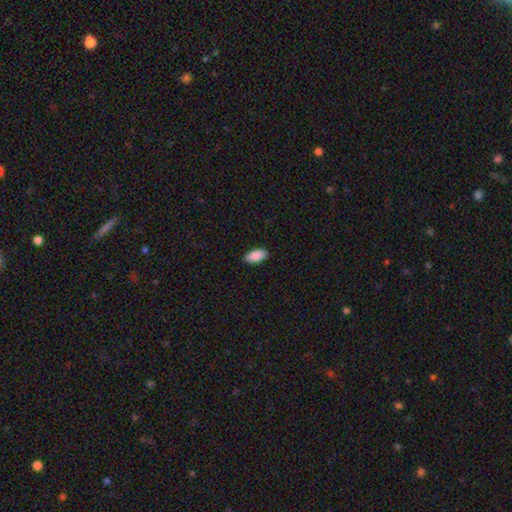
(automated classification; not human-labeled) Smooth or featured? Predicted: smooth (p=0.90). How rounded? Predicted: in between (p=0.94). Merging? Predicted: none (p=0.90).